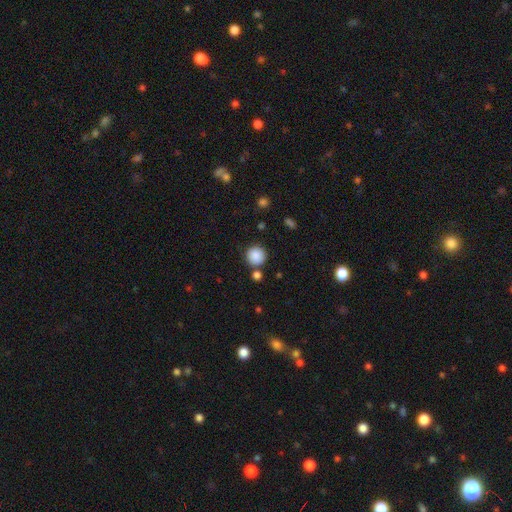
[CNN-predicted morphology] smooth 88%, star or artifact 9%, featured or disk 3%. Down the decision tree: how rounded — round (94%); merging — none (81%).